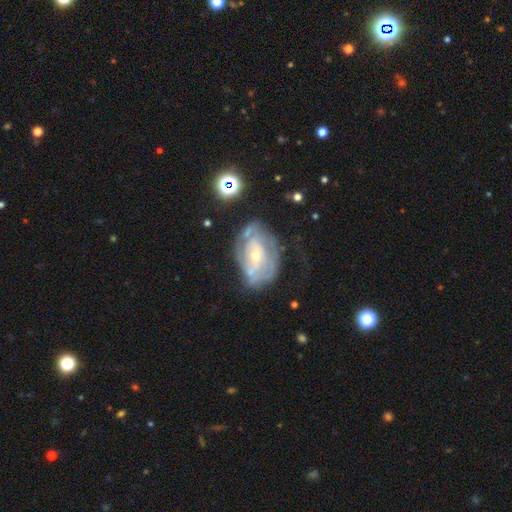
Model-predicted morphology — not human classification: type=featured or disk (76%); edge-on=no (95%); bar=no (61%); spiral arms=yes (68%); bulge=small (57%); merging=none (47%).